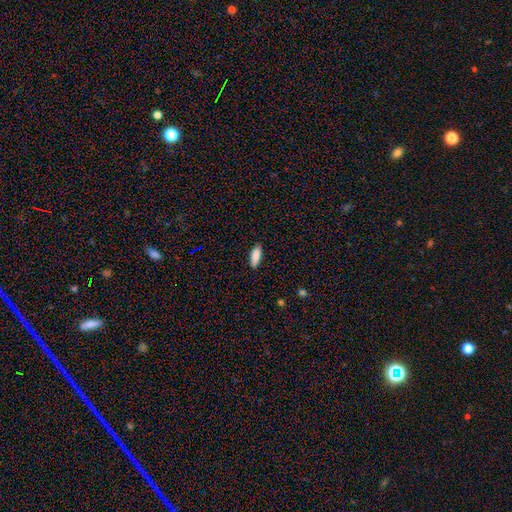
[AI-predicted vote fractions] Smooth or featured: smooth — 87% (star or artifact — 7%)
How rounded: in between — 73% (cigar-shaped — 25%)
Merging: none — 82% (minor disturbance — 14%)